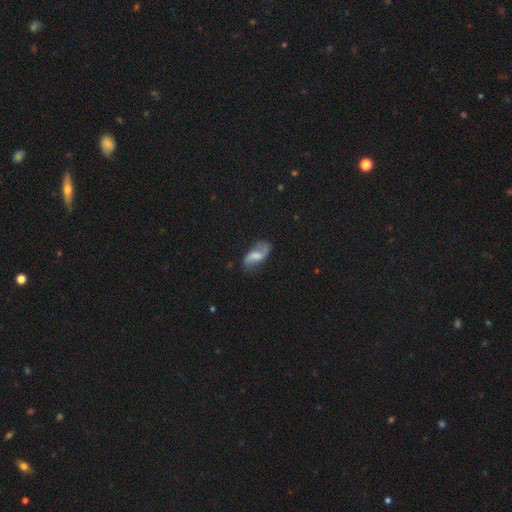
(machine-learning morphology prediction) A featured or disk galaxy (61%) with a weak bar (49%), 2 (86%) loose (69%) spiral arms (88%) and a moderate central bulge (35%).

Vote fractions:
- Smooth or featured? featured or disk: 61% / smooth: 31% / star or artifact: 8%
- Edge-on disk? no: 94% / yes: 6%
- Bar? weak: 49% / no: 32% / strong: 18%
- Spiral arms? yes: 88% / no: 12%
- Spiral winding? loose: 69% / medium: 24% / tight: 7%
- Spiral arm count? 2: 86% / can't tell: 6% / 1: 4% / 3: 1% / 4: 1% / more than 4: 1%
- Bulge size? moderate: 35% / small: 30% / none: 23% / large: 10% / dominant: 2%
- Merging? none: 65% / minor disturbance: 22% / major disturbance: 10% / merger: 3%